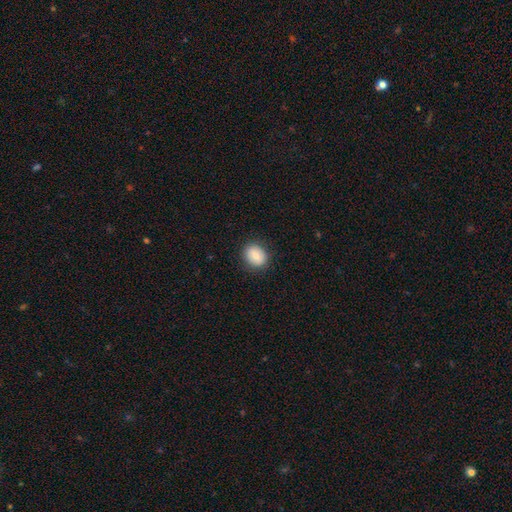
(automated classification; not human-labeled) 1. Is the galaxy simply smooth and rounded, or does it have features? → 77% smooth, 15% featured or disk, 8% star or artifact.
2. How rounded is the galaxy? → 62% round, 37% in between, 1% cigar-shaped.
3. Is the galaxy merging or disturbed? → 87% none, 9% minor disturbance, 3% major disturbance, 1% merger.